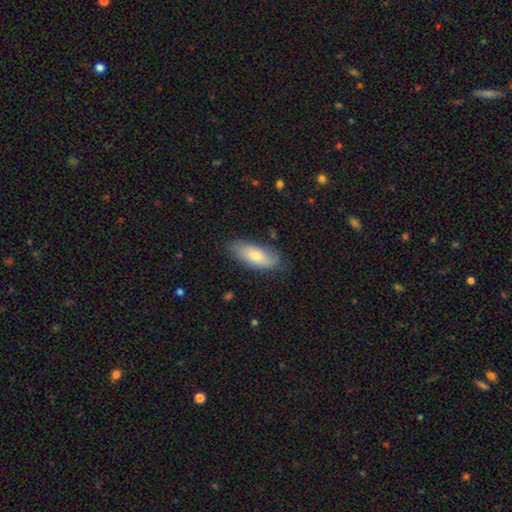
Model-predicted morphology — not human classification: The model was most divided on "smooth or featured": smooth: 74%, featured or disk: 20%, star or artifact: 6%. More confident: how rounded — in between (83%); merging — none (75%).